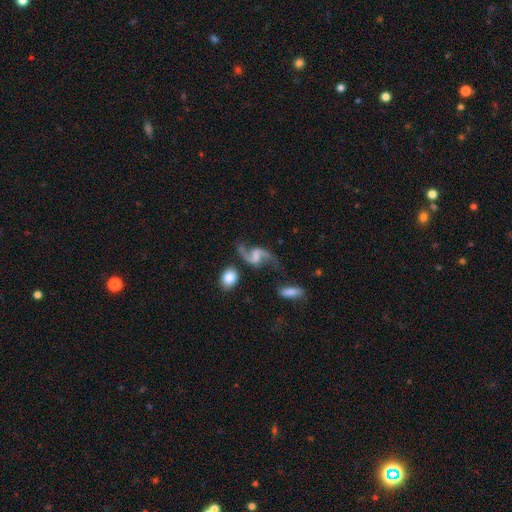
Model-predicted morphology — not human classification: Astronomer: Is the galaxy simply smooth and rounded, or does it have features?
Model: featured or disk — 87%.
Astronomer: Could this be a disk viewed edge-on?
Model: no — 97%.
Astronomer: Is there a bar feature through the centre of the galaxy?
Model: weak — 46% (runner-up: no, 33%).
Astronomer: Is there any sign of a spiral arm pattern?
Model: yes — 96%.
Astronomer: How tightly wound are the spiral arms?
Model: loose — 83%.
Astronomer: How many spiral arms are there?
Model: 2 — 93%.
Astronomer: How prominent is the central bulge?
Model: none — 55%.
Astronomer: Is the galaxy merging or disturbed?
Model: none — 64%.